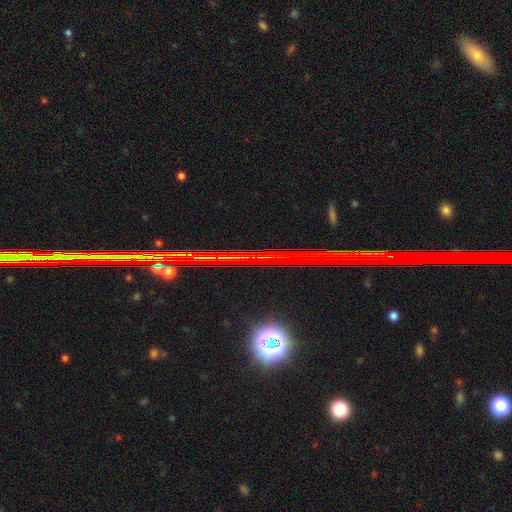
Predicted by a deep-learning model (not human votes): The model was most divided on "smooth or featured": star or artifact: 77%, featured or disk: 12%, smooth: 11%.